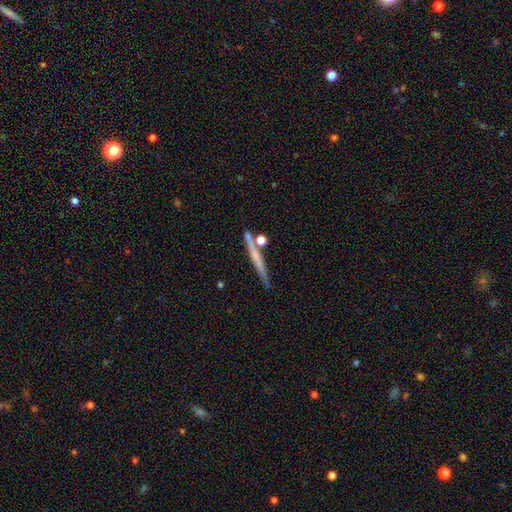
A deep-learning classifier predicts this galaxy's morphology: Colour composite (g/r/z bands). It shows a featured or disk galaxy (47%). Merging: none (76%).